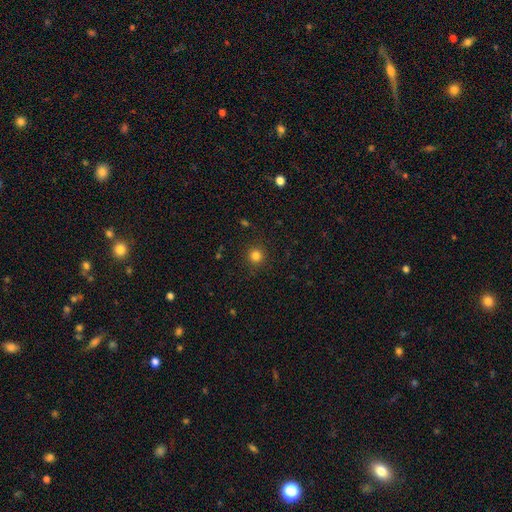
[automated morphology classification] Smooth or featured? smooth (82%)
How rounded? round (94%)
Merging? none (91%)